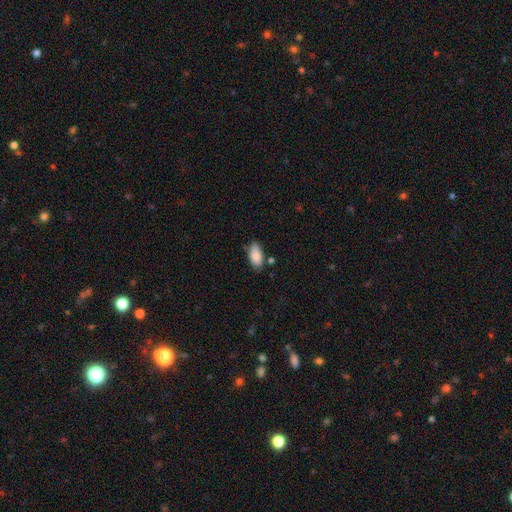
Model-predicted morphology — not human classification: smooth-or-featured: smooth: 87% | featured or disk: 7% | star or artifact: 6%
  how-rounded: in between: 92% | cigar-shaped: 6% | round: 2%
  merging: none: 75% | minor disturbance: 18% | merger: 4% | major disturbance: 3%